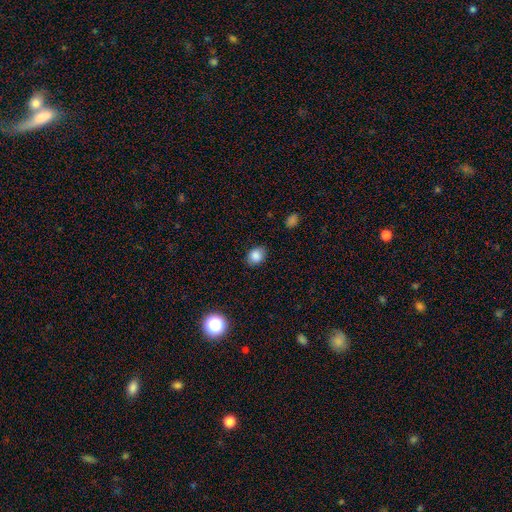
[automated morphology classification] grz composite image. It shows a smooth galaxy with no disk features (84%) that is round (50%). Merging: none (84%).